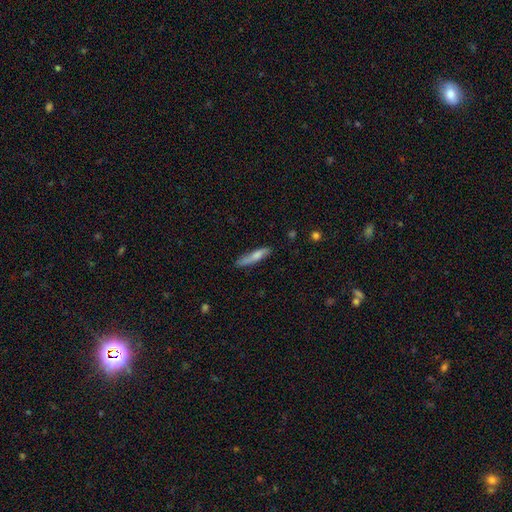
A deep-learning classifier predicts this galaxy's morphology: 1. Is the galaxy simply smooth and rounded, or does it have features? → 70% smooth, 24% featured or disk, 6% star or artifact.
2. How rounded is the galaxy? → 84% cigar-shaped, 15% in between, 2% round.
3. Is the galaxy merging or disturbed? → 76% none, 18% minor disturbance, 3% major disturbance, 2% merger.